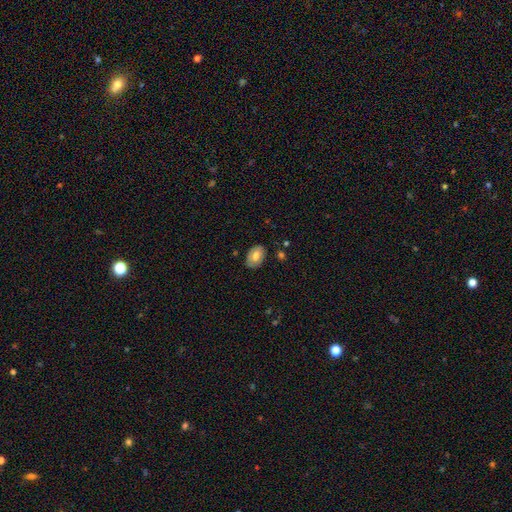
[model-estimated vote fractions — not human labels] smooth 65%, featured or disk 28%, star or artifact 7%. Down the decision tree: how rounded — in between (85%); merging — none (79%).